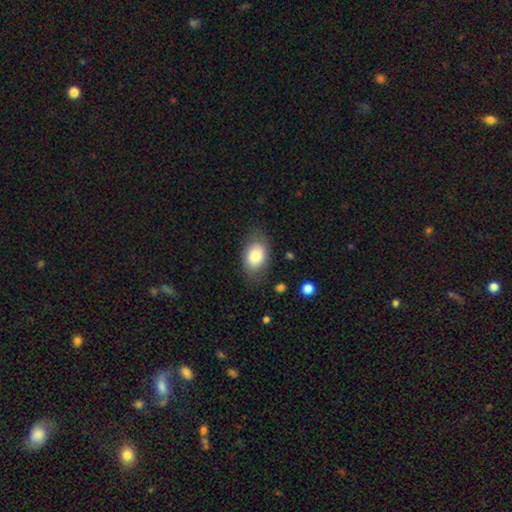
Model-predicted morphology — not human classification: A smooth galaxy with no disk features (81%) that is in between round and cigar-shaped (85%). Merging: none (75%).